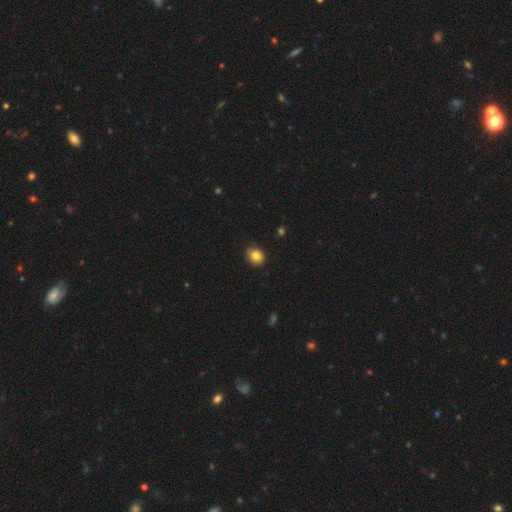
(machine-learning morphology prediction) This is clearly a smooth galaxy (84%). How rounded: likely round (68%). Merging: clearly none (88%).